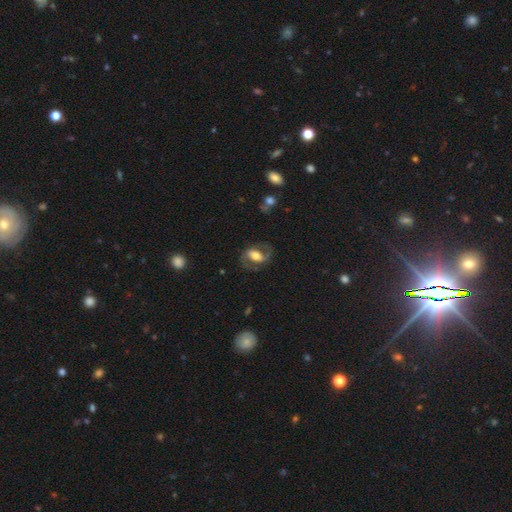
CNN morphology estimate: Overall: featured or disk (69%). Edge-on disk: no (95%). Bar: weak (38%; strong 37%). Spiral arms: yes (86%). Spiral arm count: 2 (89%). Spiral winding: medium (50%; loose 32%). Bulge size: moderate (52%; large 29%). Merging: none (71%).